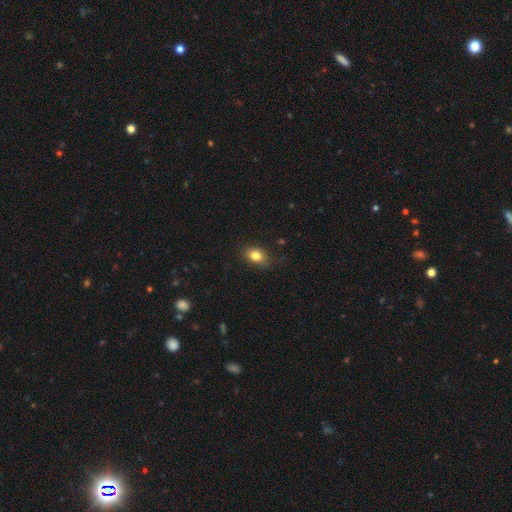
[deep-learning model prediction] Smooth or featured? smooth (82%)
How rounded? in between (73%)
Merging? none (79%)